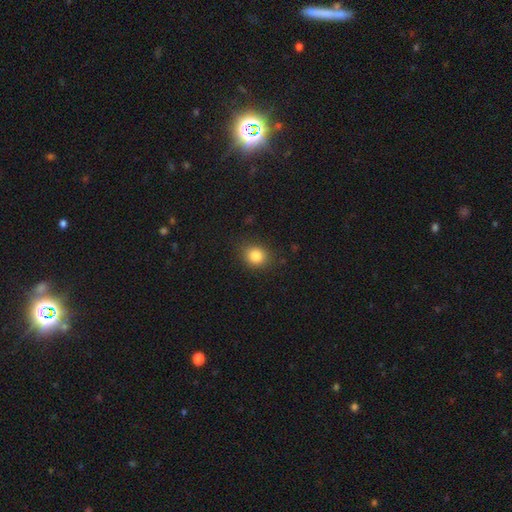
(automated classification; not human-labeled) smooth_or_featured: smooth (p=0.84) [alt: star or artifact p=0.11]
how_rounded: round (p=0.73) [alt: in between p=0.26]
merging: none (p=0.85) [alt: minor disturbance p=0.11]